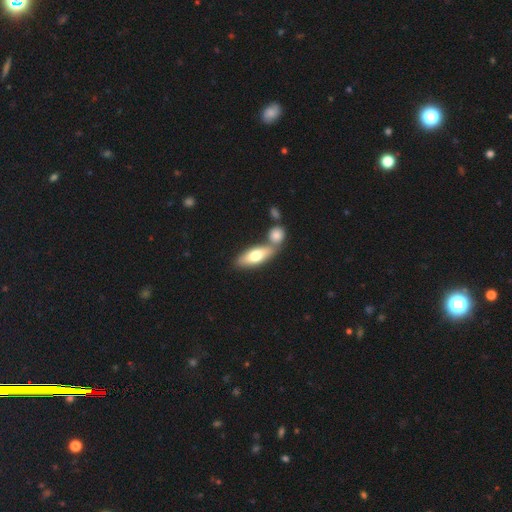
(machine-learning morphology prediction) This is likely a smooth galaxy (66%). How rounded: likely in between (69%). Merging: possibly none (51%).